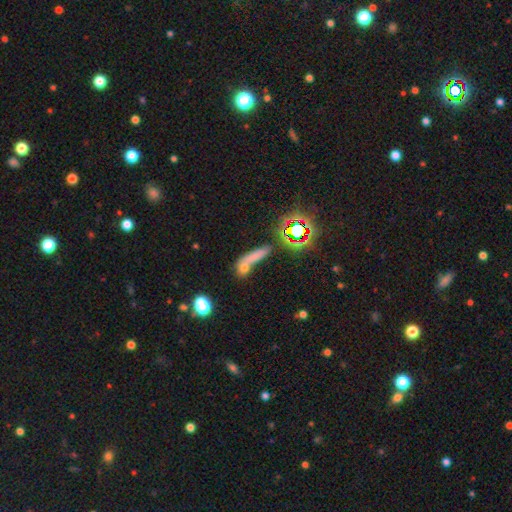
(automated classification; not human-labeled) This appears to be a smooth galaxy with no disk features (59%) that is cigar-shaped (61%). Merging: merger (40%, tied with none).